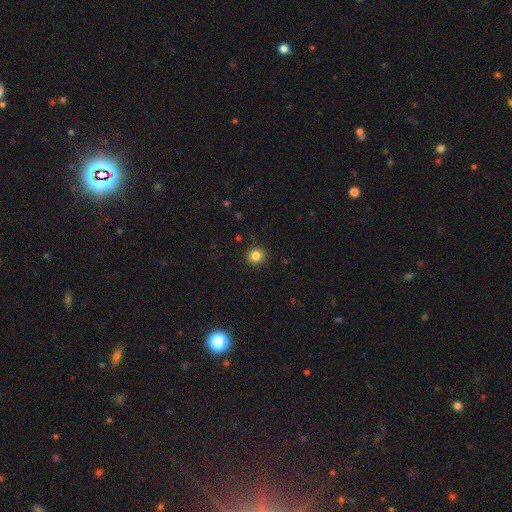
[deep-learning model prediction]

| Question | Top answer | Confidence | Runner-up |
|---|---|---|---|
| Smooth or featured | smooth | 84% | star or artifact (12%) |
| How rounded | round | 91% | in between (8%) |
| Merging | none | 91% | minor disturbance (6%) |